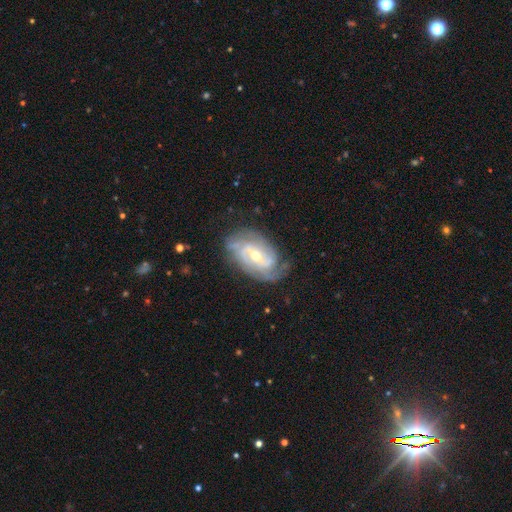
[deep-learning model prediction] featured or disk 88%, smooth 7%, star or artifact 5%. Down the decision tree: edge-on disk — no (96%); bar — weak (44%); spiral arms — yes (96%); spiral arm count — 2 (36%); spiral winding — tight (57%); bulge size — moderate (57%); merging — none (71%).